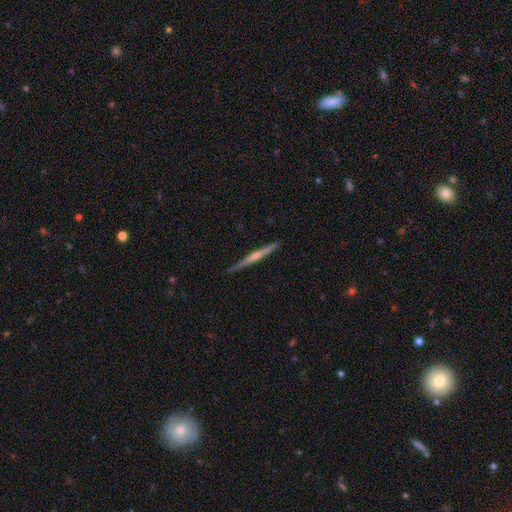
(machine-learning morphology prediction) type=featured or disk (74%); edge-on=yes (98%); edge-on bulge=rounded (74%); merging=none (90%).